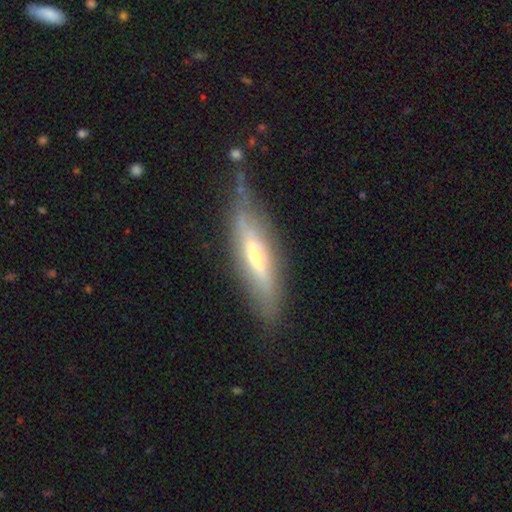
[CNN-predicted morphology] Smooth or featured? featured or disk (64%)
Edge-on disk? yes (76%)
Merging? none (67%)